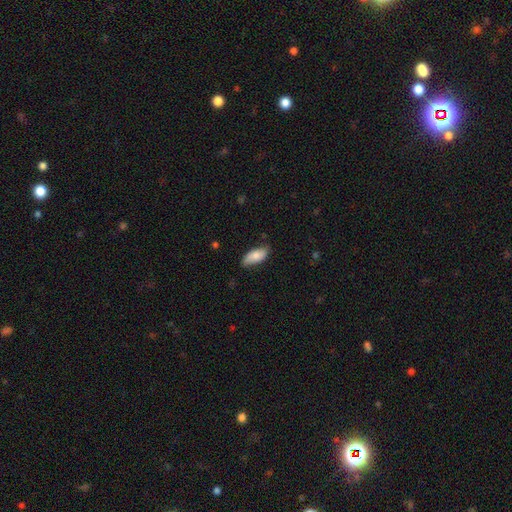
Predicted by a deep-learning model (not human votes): smooth-or-featured: smooth: 77% | featured or disk: 17% | star or artifact: 6%
  how-rounded: in between: 88% | cigar-shaped: 10% | round: 2%
  merging: none: 73% | minor disturbance: 22% | major disturbance: 3% | merger: 1%